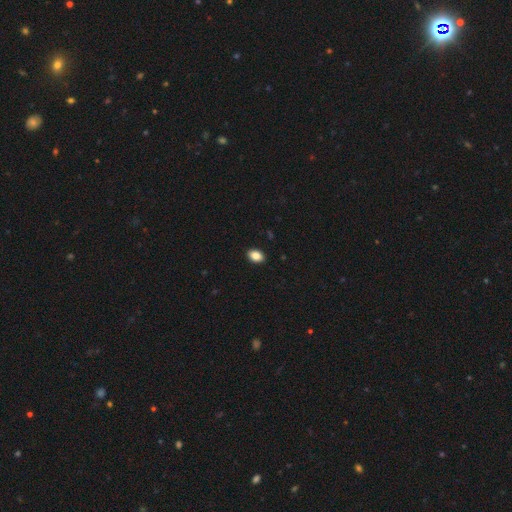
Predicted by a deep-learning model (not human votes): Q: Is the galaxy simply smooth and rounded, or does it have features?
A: smooth — 86%.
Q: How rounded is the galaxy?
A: in between — 82%.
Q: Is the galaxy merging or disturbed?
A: none — 91%.